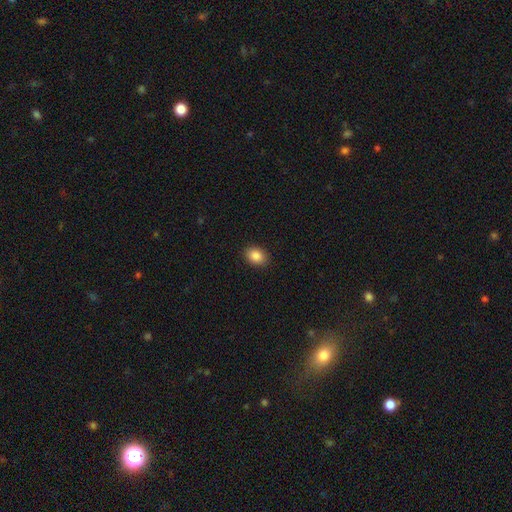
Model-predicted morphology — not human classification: This is clearly a smooth galaxy (87%). How rounded: likely in between (70%). Merging: clearly none (89%).